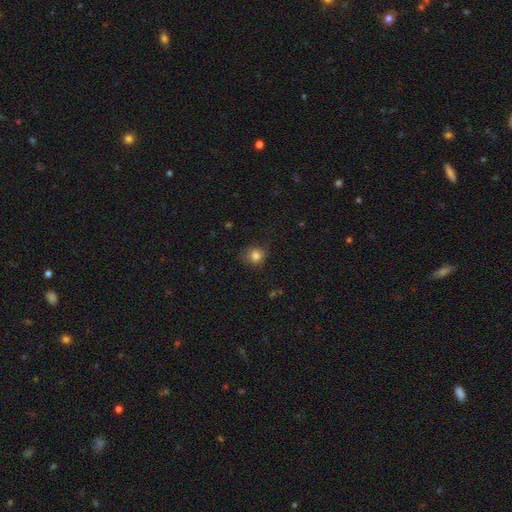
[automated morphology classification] Overall: smooth (82%). How rounded: round (78%). Merging: none (71%).